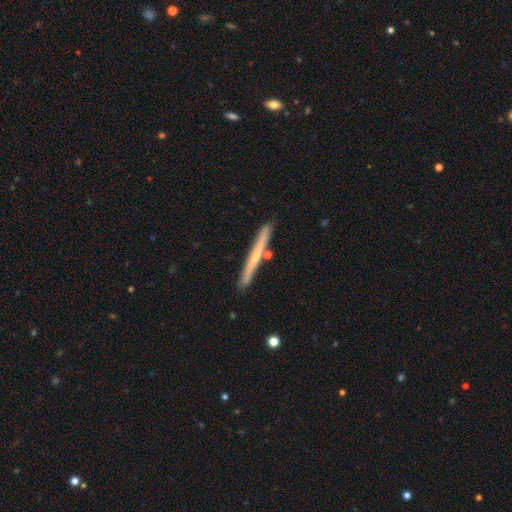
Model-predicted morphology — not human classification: A featured or disk galaxy (55%) viewed edge-on (97%) with no central bulge (52%).

Vote fractions:
- Smooth or featured? featured or disk: 55% / smooth: 39% / star or artifact: 6%
- Edge-on disk? yes: 97% / no: 3%
- Edge-on bulge? none: 52% / rounded: 44% / boxy: 4%
- Merging? none: 87% / minor disturbance: 8% / merger: 4% / major disturbance: 1%